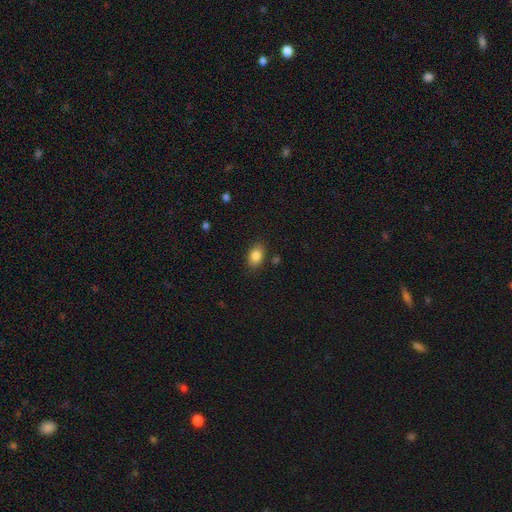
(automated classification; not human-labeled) Smooth or featured? smooth (85%)
How rounded? in between (85%)
Merging? none (84%)